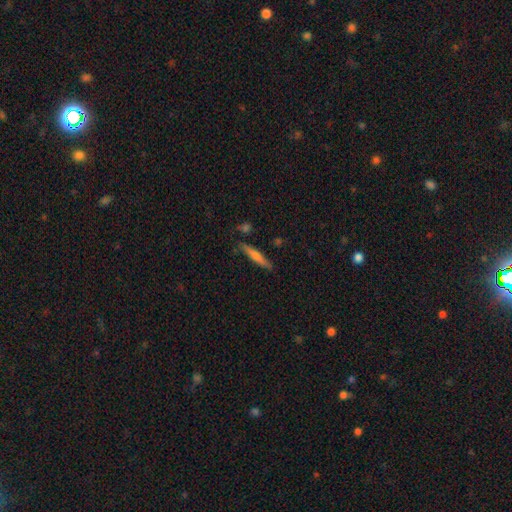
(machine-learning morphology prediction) A smooth galaxy with no disk features (51%) that is cigar-shaped (92%).

Vote fractions:
- Smooth or featured? smooth: 51% / featured or disk: 42% / star or artifact: 6%
- How rounded? cigar-shaped: 92% / in between: 6% / round: 2%
- Merging? none: 84% / minor disturbance: 10% / merger: 3% / major disturbance: 2%